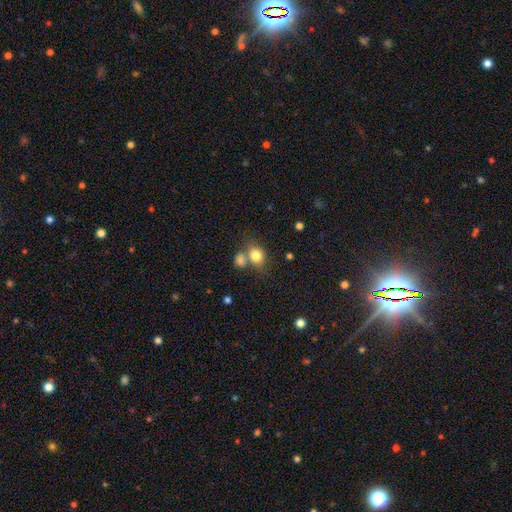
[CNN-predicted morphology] Q: Smooth or featured?
A: smooth (80%); runner-up: star or artifact (10%)
Q: How rounded?
A: in between (50%); runner-up: round (49%)
Q: Merging?
A: none (49%); runner-up: merger (33%)